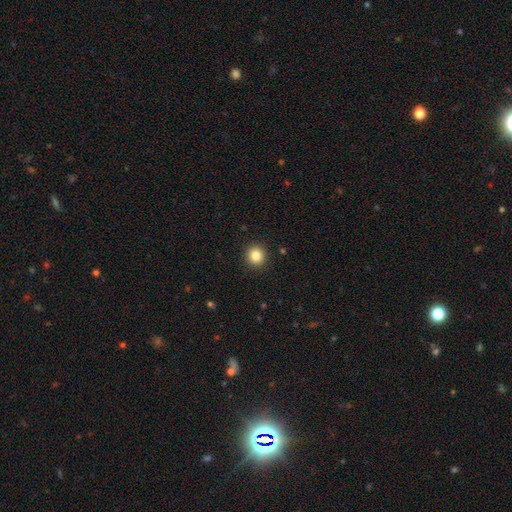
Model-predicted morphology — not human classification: Smooth or featured: smooth — 85% (star or artifact — 11%)
How rounded: round — 93% (in between — 7%)
Merging: none — 92% (minor disturbance — 5%)